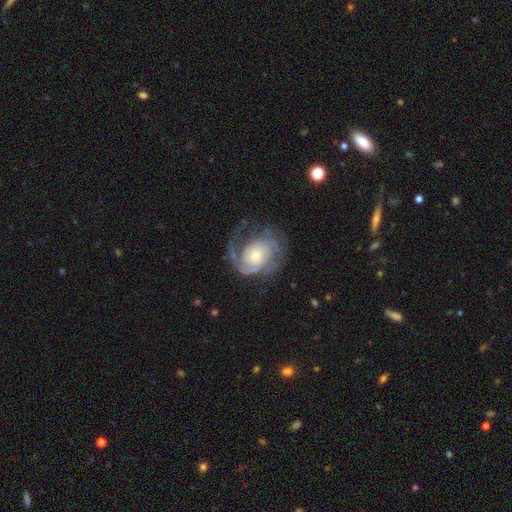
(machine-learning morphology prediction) Smooth or featured? featured or disk (84%)
Edge-on disk? no (97%)
Bar? no (73%)
Spiral arms? yes (94%)
Spiral winding? tight (48%)
Spiral arm count? 2 (37%)
Bulge size? small (46%)
Merging? none (57%)